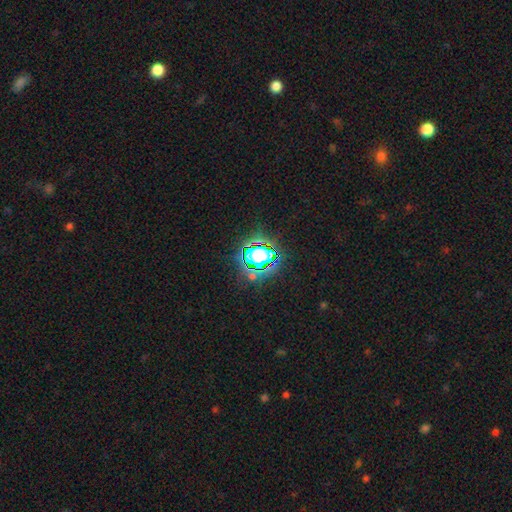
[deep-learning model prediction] smooth-or-featured: star or artifact: 82% | smooth: 11% | featured or disk: 7%